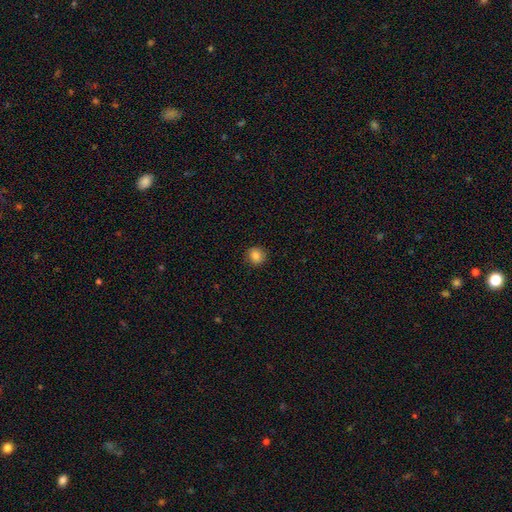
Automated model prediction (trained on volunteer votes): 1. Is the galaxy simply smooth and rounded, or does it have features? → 85% smooth, 10% star or artifact, 5% featured or disk.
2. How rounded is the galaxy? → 87% round, 12% in between, 1% cigar-shaped.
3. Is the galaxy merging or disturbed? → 90% none, 7% minor disturbance, 2% major disturbance, 1% merger.